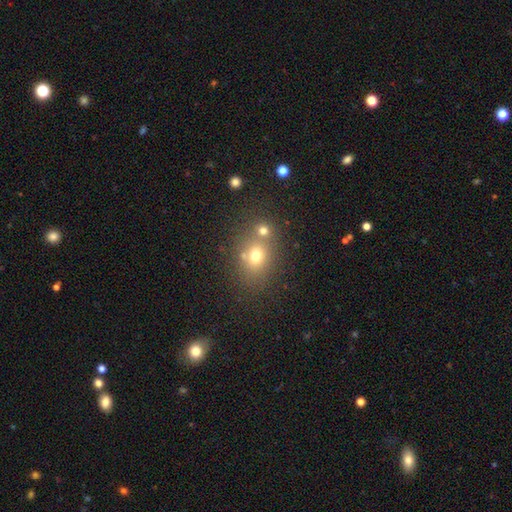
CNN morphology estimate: smooth 69%, star or artifact 17%, featured or disk 15%. Down the decision tree: how rounded — round (58%); merging — none (56%).